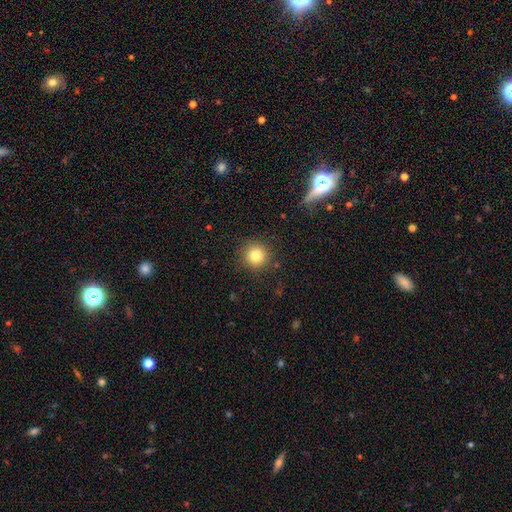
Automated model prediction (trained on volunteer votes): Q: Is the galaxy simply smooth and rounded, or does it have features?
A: smooth — 81%.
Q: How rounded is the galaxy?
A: round — 94%.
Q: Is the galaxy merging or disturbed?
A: none — 89%.